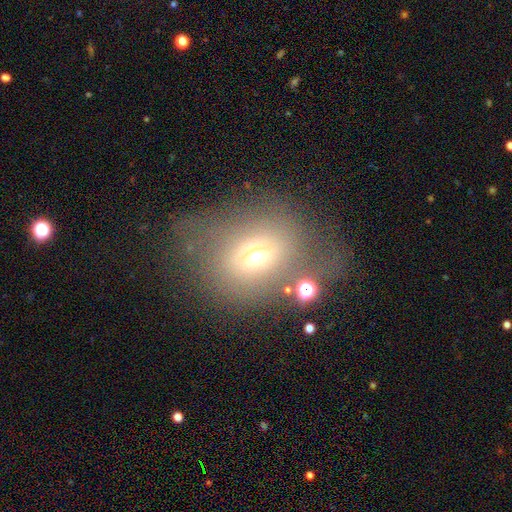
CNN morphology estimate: This appears to be a smooth galaxy with no disk features (56%) that is round (52%). Merging: none (44%).